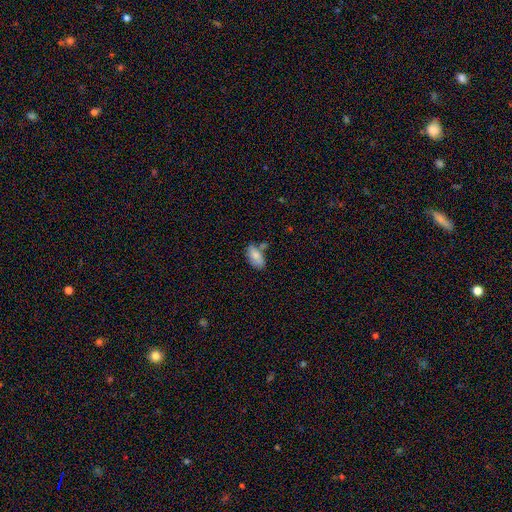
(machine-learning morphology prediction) This is likely a smooth galaxy (80%). How rounded: clearly in between (92%). Merging: possibly none (57%).